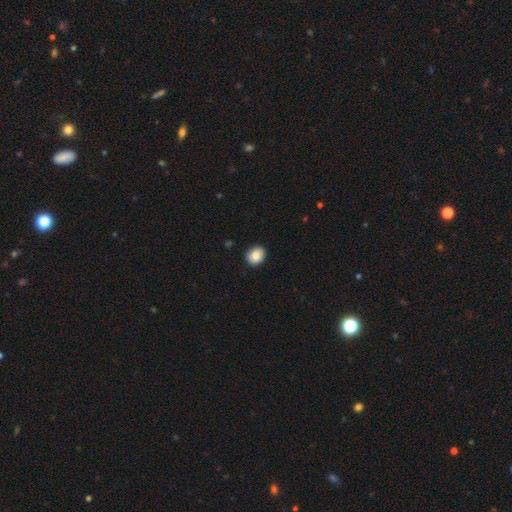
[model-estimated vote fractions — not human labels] This is clearly a smooth galaxy (87%). How rounded: likely round (64%). Merging: clearly none (89%).